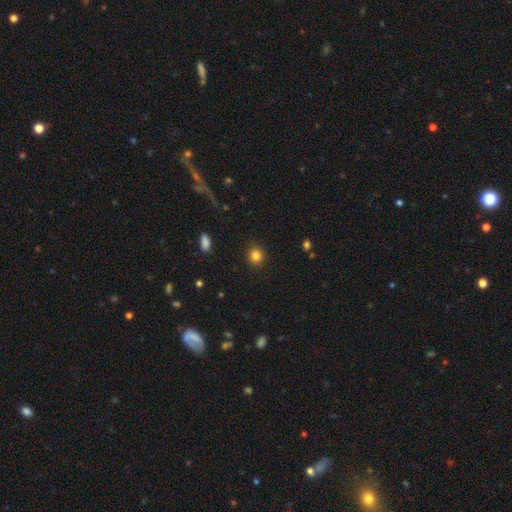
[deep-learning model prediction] Smooth or featured? Predicted: smooth (p=0.84). How rounded? Predicted: round (p=0.87). Merging? Predicted: none (p=0.90).